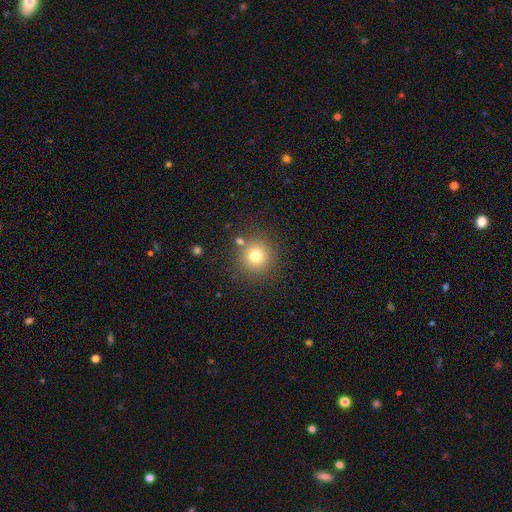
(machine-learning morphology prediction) smooth 76%, star or artifact 15%, featured or disk 9%. Down the decision tree: how rounded — round (94%); merging — none (83%).